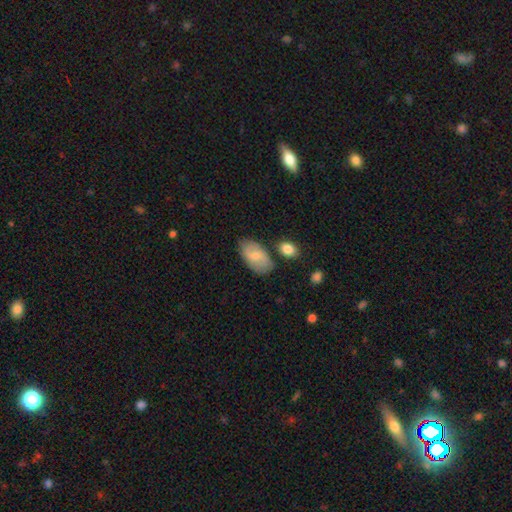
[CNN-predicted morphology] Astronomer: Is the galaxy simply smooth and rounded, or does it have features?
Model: smooth — 66%.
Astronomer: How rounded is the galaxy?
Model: in between — 94%.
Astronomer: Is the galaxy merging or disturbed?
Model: none — 74%.